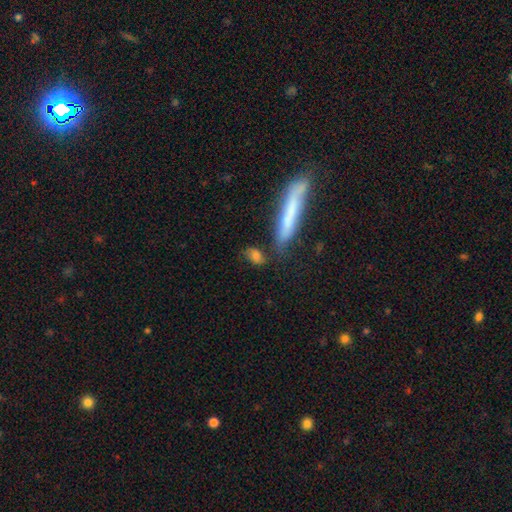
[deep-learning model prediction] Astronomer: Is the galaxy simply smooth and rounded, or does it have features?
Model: smooth — 74%.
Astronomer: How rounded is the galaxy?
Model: in between — 67%.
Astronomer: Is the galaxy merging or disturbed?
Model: none — 62%.